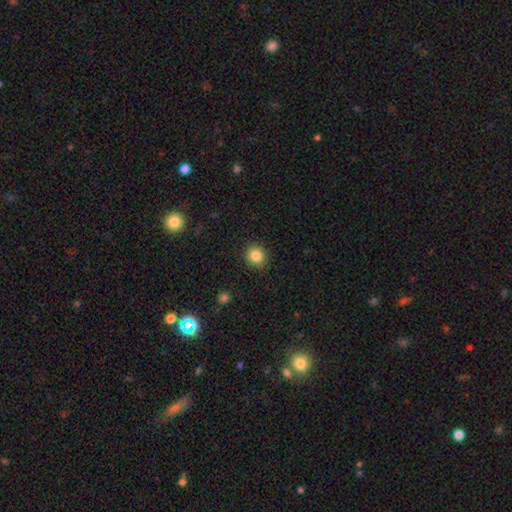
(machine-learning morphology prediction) Q: Smooth or featured?
A: smooth (84%); runner-up: star or artifact (11%)
Q: How rounded?
A: round (84%); runner-up: in between (15%)
Q: Merging?
A: none (90%); runner-up: minor disturbance (6%)